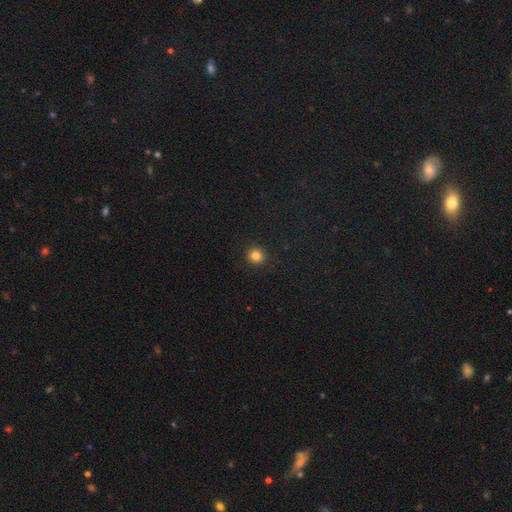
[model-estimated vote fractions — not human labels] smooth_or_featured: smooth (p=0.82) [alt: star or artifact p=0.13]
how_rounded: round (p=0.92) [alt: in between p=0.07]
merging: none (p=0.92) [alt: minor disturbance p=0.05]